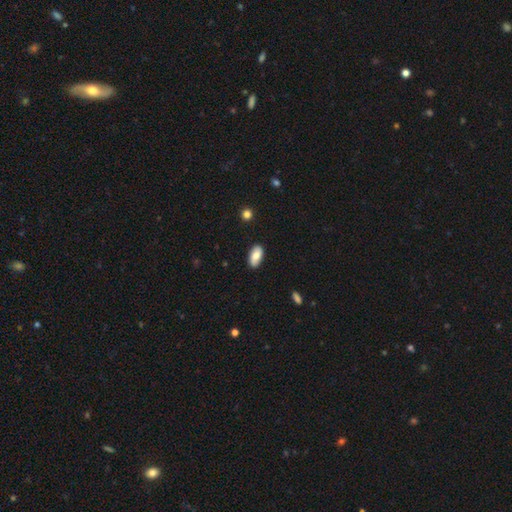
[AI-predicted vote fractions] Q: Smooth or featured?
A: smooth (74%); runner-up: featured or disk (20%)
Q: How rounded?
A: in between (93%); runner-up: cigar-shaped (4%)
Q: Merging?
A: none (86%); runner-up: minor disturbance (11%)